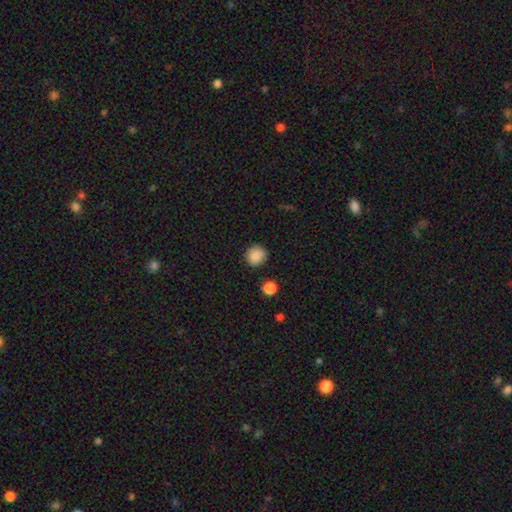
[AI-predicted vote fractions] Overall: smooth (87%). How rounded: round (89%). Merging: none (88%).